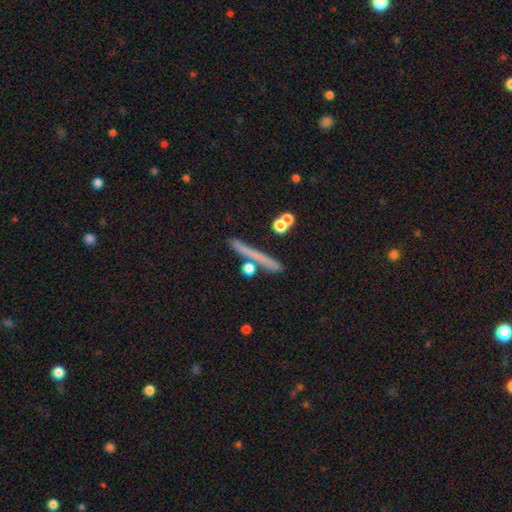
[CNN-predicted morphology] Overall: smooth (49%; featured or disk 41%). Merging: none (81%).